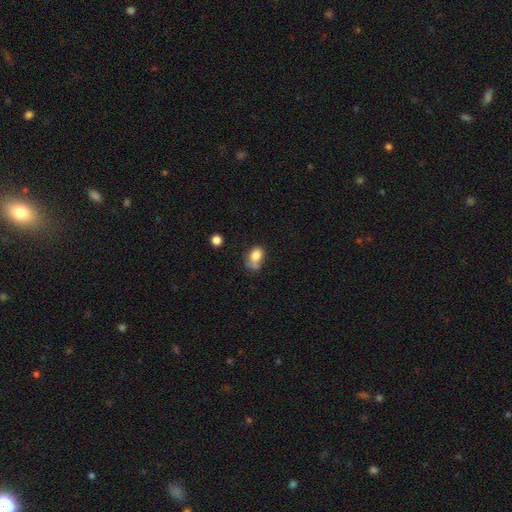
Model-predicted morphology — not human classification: Smooth or featured? smooth (78%)
How rounded? in between (72%)
Merging? none (34%)